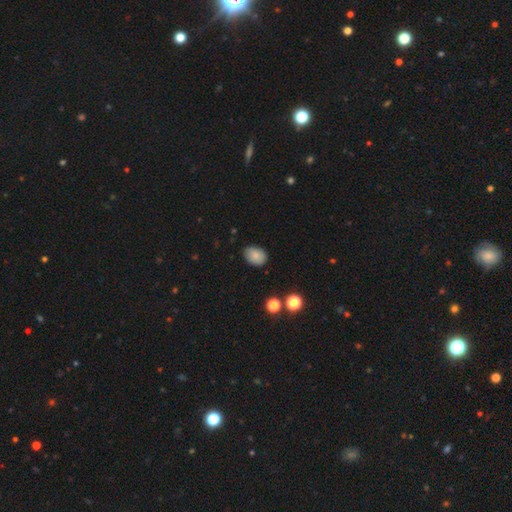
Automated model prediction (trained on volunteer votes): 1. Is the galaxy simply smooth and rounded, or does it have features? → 85% smooth, 9% star or artifact, 6% featured or disk.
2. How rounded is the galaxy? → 73% in between, 26% round, 1% cigar-shaped.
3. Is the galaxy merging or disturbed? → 82% none, 14% minor disturbance, 3% major disturbance, 1% merger.